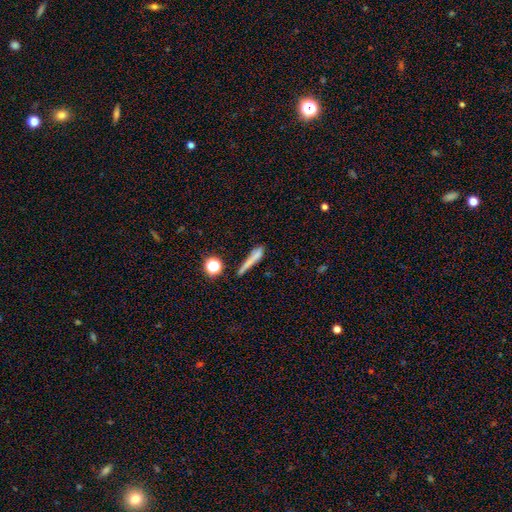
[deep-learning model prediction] Morphology: type=smooth (64%); roundness=cigar-shaped (84%); merging=none (62%).